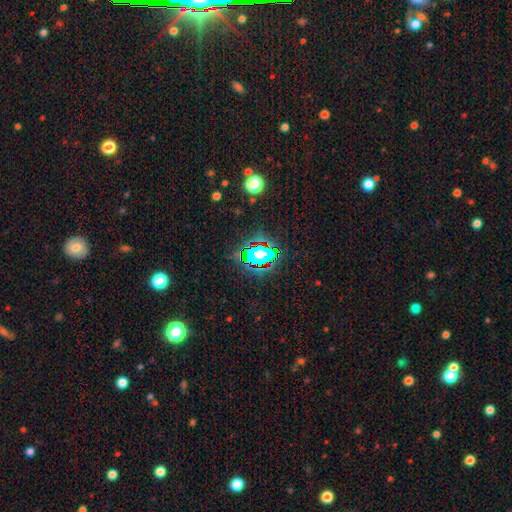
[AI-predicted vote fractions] This appears to be a star or artifact, not a galaxy (79%).